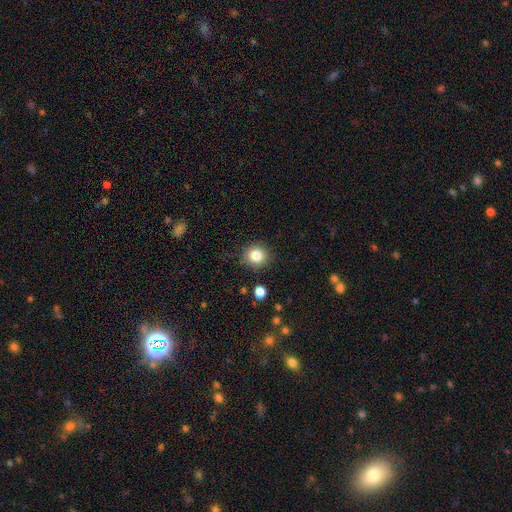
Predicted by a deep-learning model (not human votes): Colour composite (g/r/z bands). It shows a smooth galaxy with no disk features (83%) that is round (90%). Merging: none (87%).